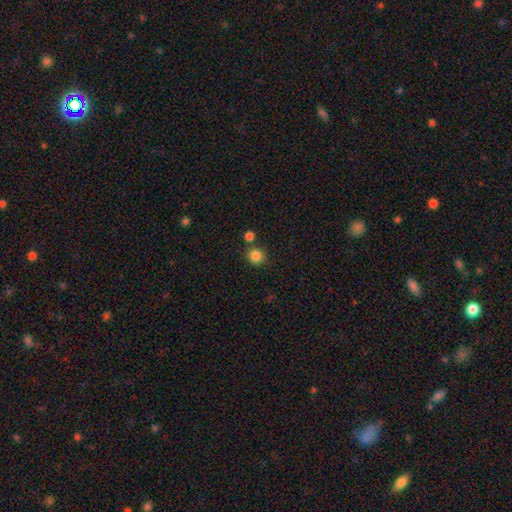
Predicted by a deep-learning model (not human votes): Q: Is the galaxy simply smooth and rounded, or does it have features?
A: smooth — 85%.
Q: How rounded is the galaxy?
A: round — 89%.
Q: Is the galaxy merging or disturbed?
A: none — 77%.